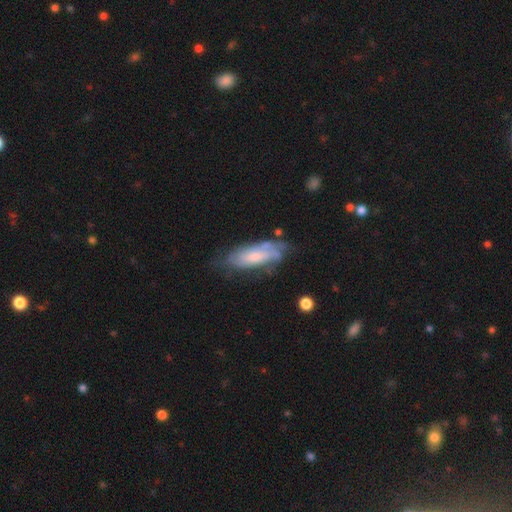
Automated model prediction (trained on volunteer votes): smooth_or_featured: featured or disk (p=0.56) [alt: smooth p=0.37]
disk_edge_on: no (p=0.81) [alt: yes p=0.19]
merging: none (p=0.52) [alt: minor disturbance p=0.29]